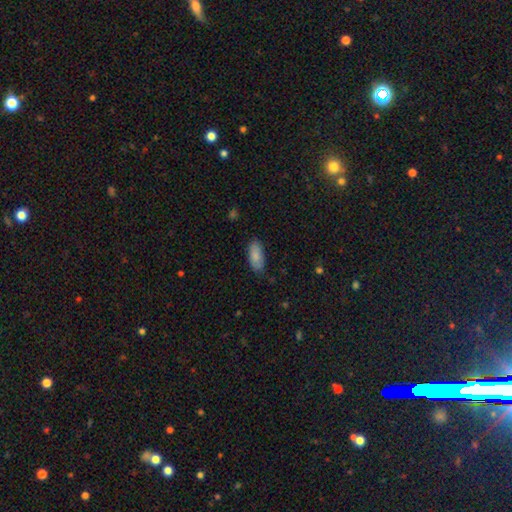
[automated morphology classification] The model was most divided on "merging": none: 80%, minor disturbance: 16%, major disturbance: 3%, merger: 1%. More confident: how rounded — in between (87%); smooth or featured — smooth (86%).